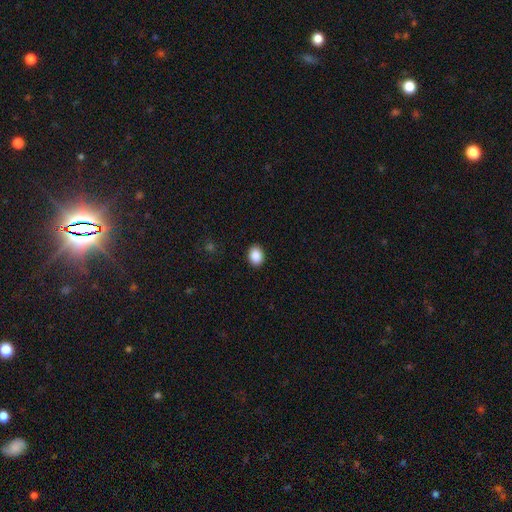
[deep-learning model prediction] Morphology: type=smooth (89%); roundness=in between (62%); merging=none (91%).